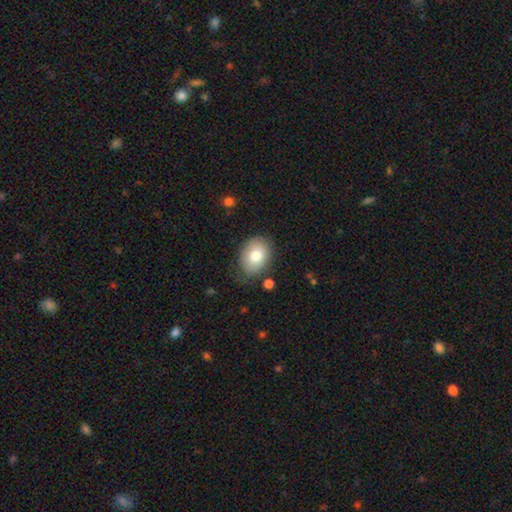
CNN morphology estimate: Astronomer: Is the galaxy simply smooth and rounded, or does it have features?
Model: smooth — 78%.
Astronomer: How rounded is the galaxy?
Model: in between — 69%.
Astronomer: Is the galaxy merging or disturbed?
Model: none — 77%.